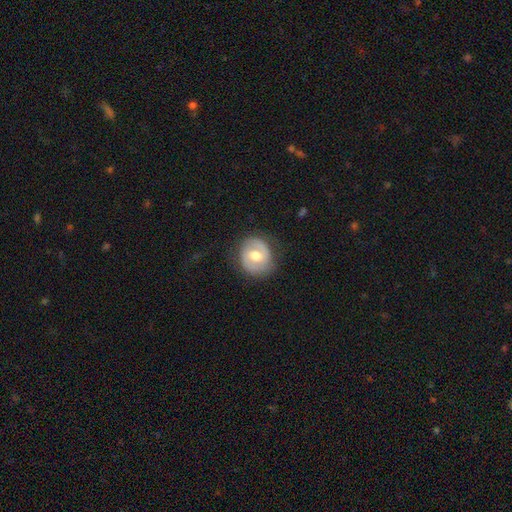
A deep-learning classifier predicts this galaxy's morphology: Smooth or featured? featured or disk (58%)
Edge-on disk? no (97%)
Bar? weak (51%)
Spiral arms? yes (70%)
Bulge size? moderate (73%)
Merging? none (77%)